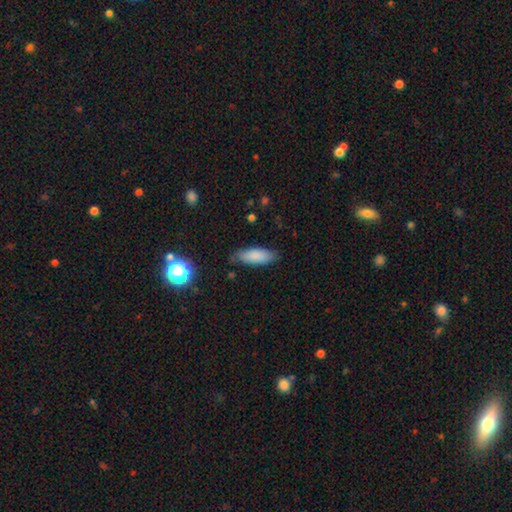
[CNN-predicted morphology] This is clearly a smooth galaxy (85%). How rounded: likely in between (69%). Merging: likely none (77%).